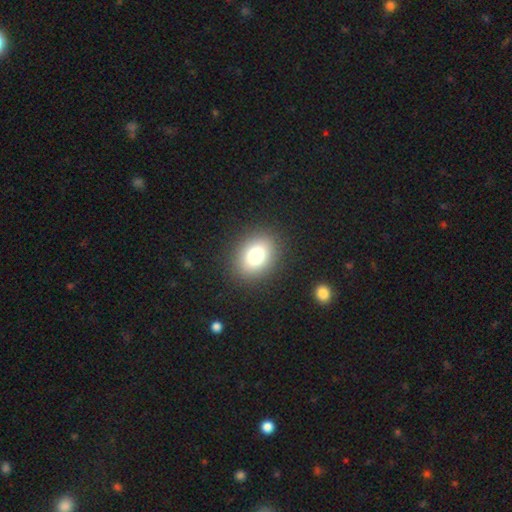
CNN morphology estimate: Q: Smooth or featured?
A: smooth (77%); runner-up: star or artifact (12%)
Q: How rounded?
A: in between (56%); runner-up: round (43%)
Q: Merging?
A: none (88%); runner-up: minor disturbance (7%)